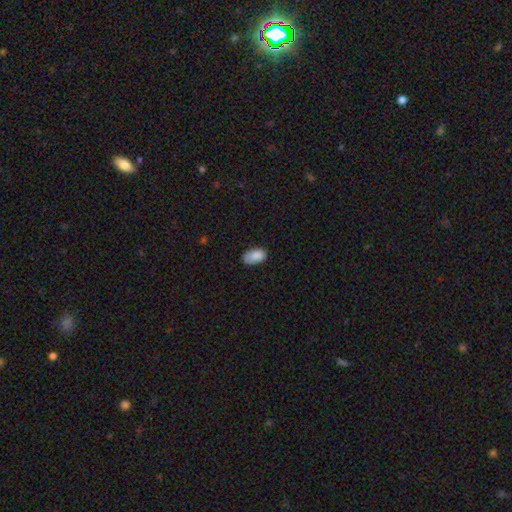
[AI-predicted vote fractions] A smooth galaxy with no disk features (86%) that is in between round and cigar-shaped (93%). Merging: none (70%).